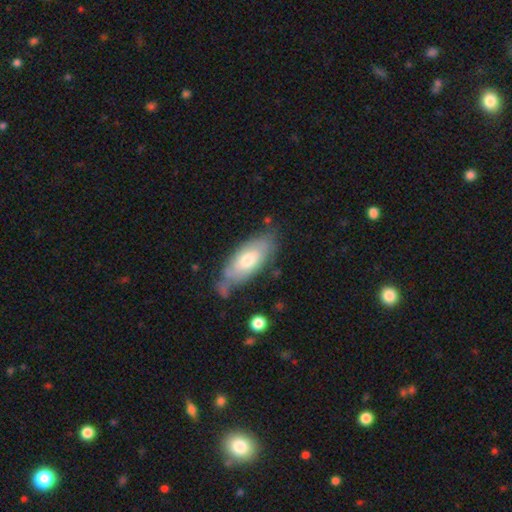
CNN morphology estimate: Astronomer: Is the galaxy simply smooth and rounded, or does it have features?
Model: smooth — 48% (runner-up: featured or disk, 44%).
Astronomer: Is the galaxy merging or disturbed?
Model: none — 68%.